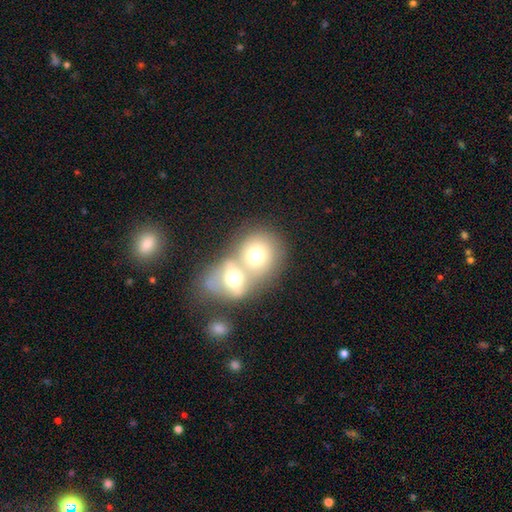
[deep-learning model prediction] Morphology: type=smooth (62%); roundness=round (66%); merging=merger (70%).